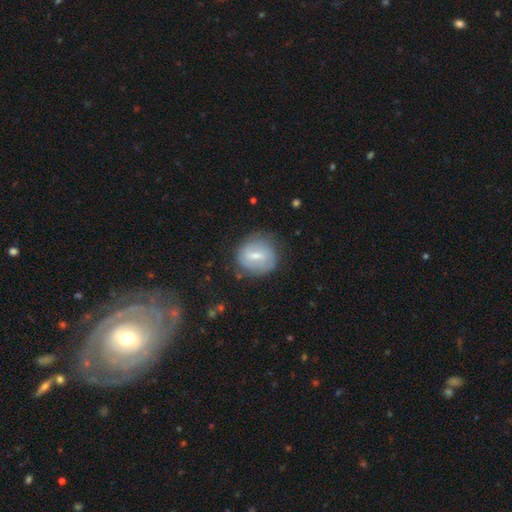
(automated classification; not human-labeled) Q: Smooth or featured?
A: featured or disk (47%); runner-up: smooth (46%)
Q: Merging?
A: none (71%); runner-up: minor disturbance (20%)